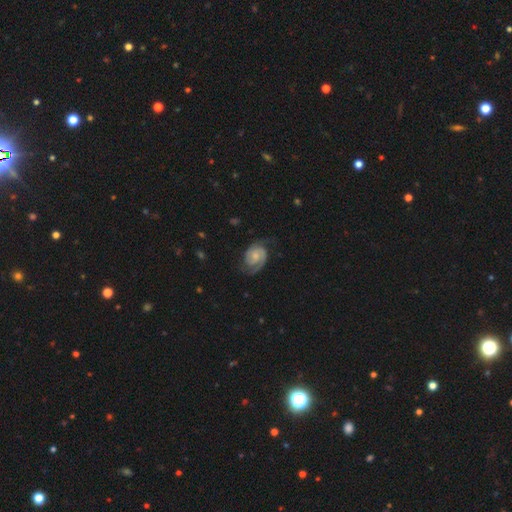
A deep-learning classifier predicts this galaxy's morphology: type=featured or disk (84%); edge-on=no (98%); bar=no (63%); spiral arms=yes (97%); winding=tight (52%); arm count=2 (85%); bulge=small (43%); merging=none (70%).